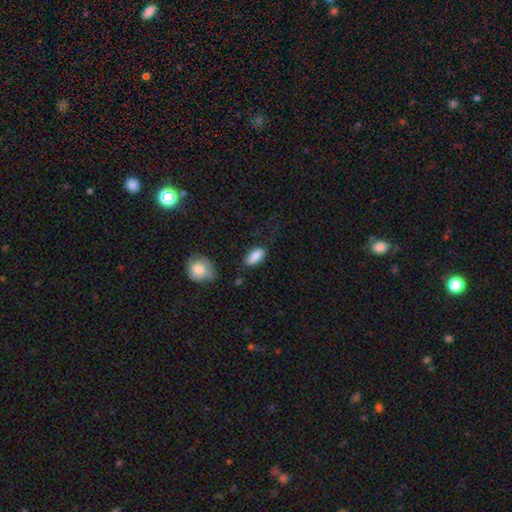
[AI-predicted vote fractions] Smooth or featured: smooth — 84% (featured or disk — 9%)
How rounded: in between — 89% (cigar-shaped — 7%)
Merging: none — 72% (minor disturbance — 20%)